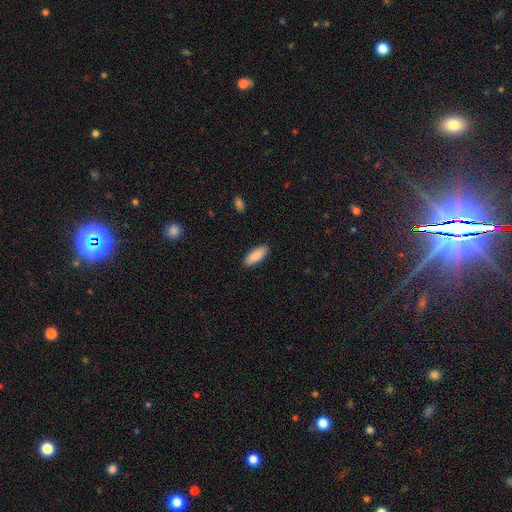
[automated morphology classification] This is clearly a smooth galaxy (89%). How rounded: clearly in between (80%). Merging: clearly none (89%).